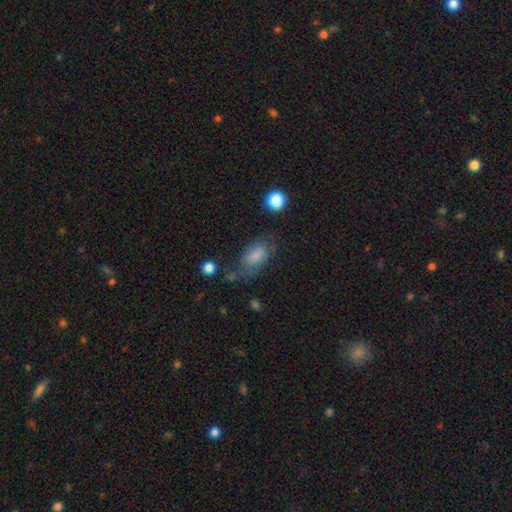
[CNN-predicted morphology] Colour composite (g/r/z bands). It shows a smooth galaxy with no disk features (77%) that is in between round and cigar-shaped (90%). Merging: none (49%).